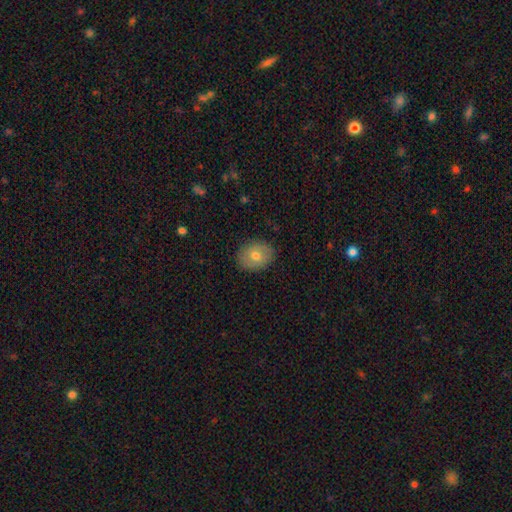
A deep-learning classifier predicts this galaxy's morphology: Overall: smooth (68%). How rounded: in between (52%; round 47%). Merging: none (86%).